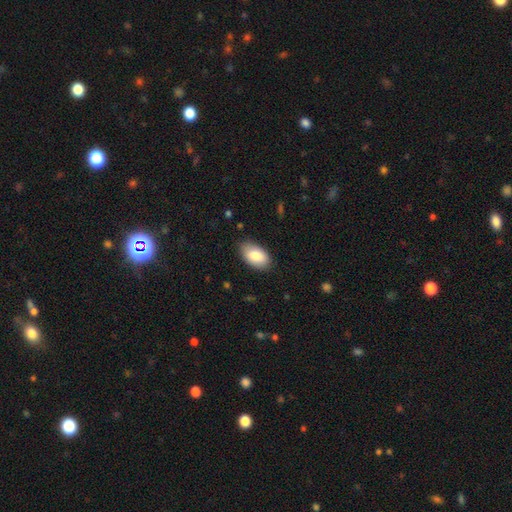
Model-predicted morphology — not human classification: smooth_or_featured: smooth (p=0.85) [alt: featured or disk p=0.09]
how_rounded: in between (p=0.95) [alt: round p=0.04]
merging: none (p=0.84) [alt: minor disturbance p=0.13]